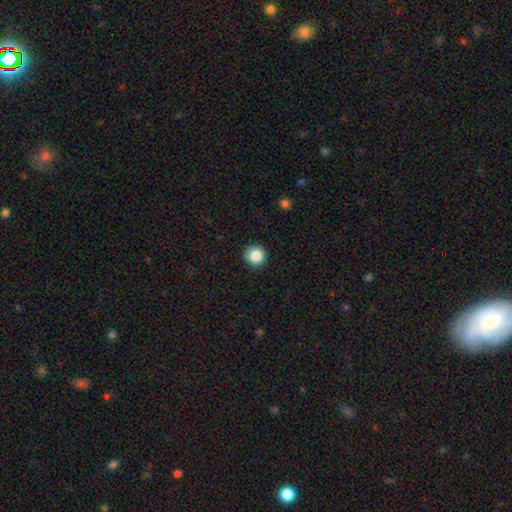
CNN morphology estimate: The model was most divided on "smooth or featured": smooth: 87%, star or artifact: 9%, featured or disk: 4%. More confident: how rounded — round (95%); merging — none (92%).